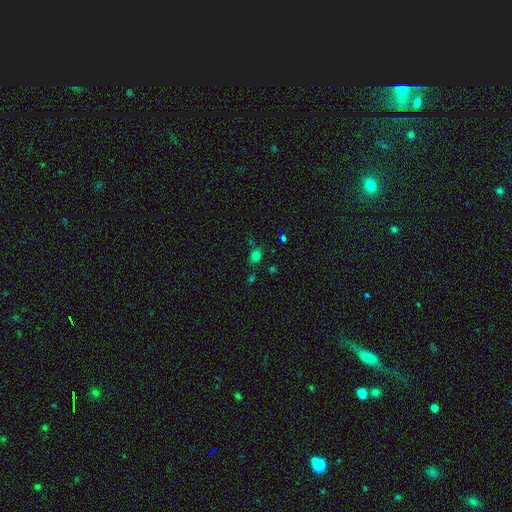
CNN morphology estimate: smooth_or_featured: smooth (p=0.66) [alt: star or artifact p=0.28]
how_rounded: round (p=0.70) [alt: in between p=0.28]
merging: none (p=0.73) [alt: minor disturbance p=0.14]